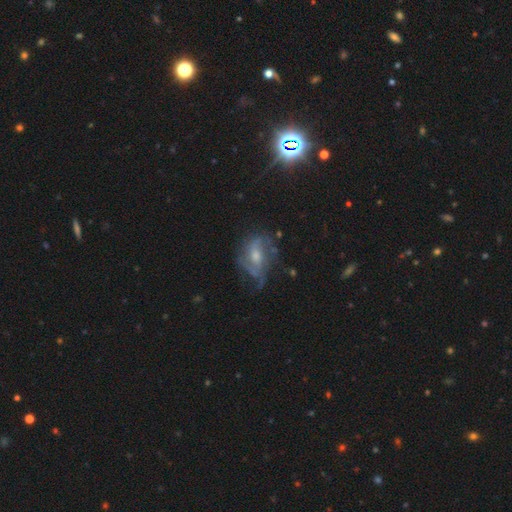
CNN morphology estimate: A featured or disk galaxy (74%) with no bar (45%), 2 (38%) medium (44%) spiral arms (84%) and a moderate central bulge (54%).

Vote fractions:
- Smooth or featured? featured or disk: 74% / smooth: 16% / star or artifact: 10%
- Edge-on disk? no: 96% / yes: 4%
- Bar? no: 45% / weak: 42% / strong: 12%
- Spiral arms? yes: 84% / no: 16%
- Spiral winding? medium: 44% / loose: 33% / tight: 22%
- Spiral arm count? 2: 38% / can't tell: 27% / 3: 19% / 1: 6% / 4: 5% / more than 4: 4%
- Bulge size? moderate: 54% / small: 35% / none: 5% / large: 5% / dominant: 1%
- Merging? none: 48% / minor disturbance: 25% / major disturbance: 24% / merger: 3%